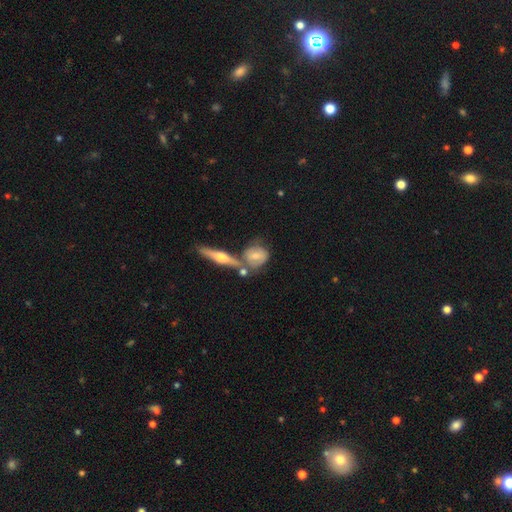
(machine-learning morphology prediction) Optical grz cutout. It shows a featured or disk galaxy (51%). Merging: none (50%).